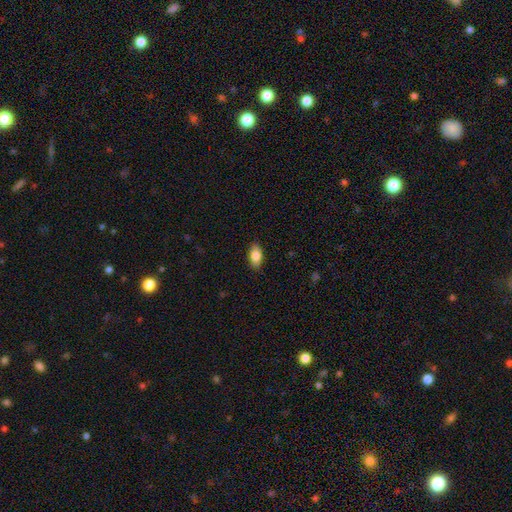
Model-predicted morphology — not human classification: The model was most divided on "smooth or featured": smooth: 83%, featured or disk: 10%, star or artifact: 7%. More confident: how rounded — in between (90%); merging — none (88%).